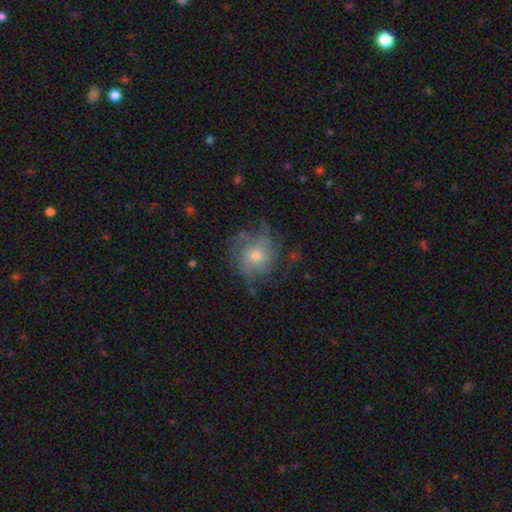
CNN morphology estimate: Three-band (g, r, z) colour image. It shows a featured or disk galaxy (72%) with no bar (81%), tight (42%) spiral arms (89%) and a small central bulge (48%). Merging: none (68%).